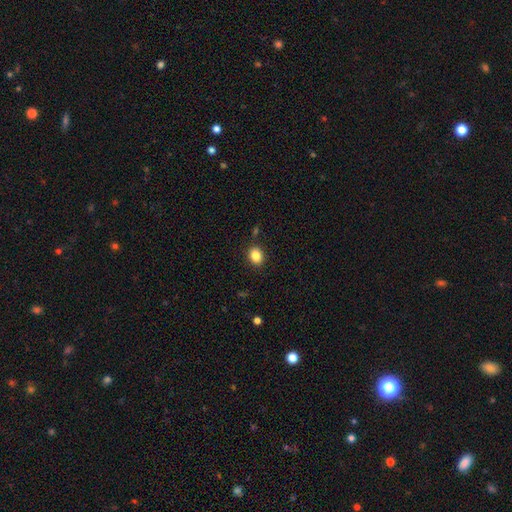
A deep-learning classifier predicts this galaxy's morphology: Overall: smooth (86%). How rounded: in between (54%; round 45%). Merging: none (87%).